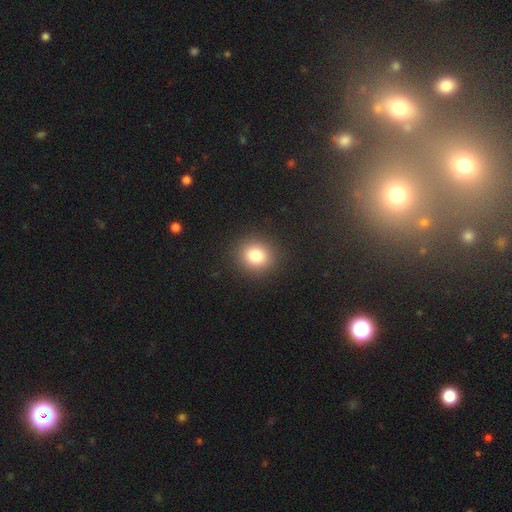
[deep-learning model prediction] Smooth or featured: smooth — 81% (star or artifact — 12%)
How rounded: round — 82% (in between — 17%)
Merging: none — 90% (minor disturbance — 6%)